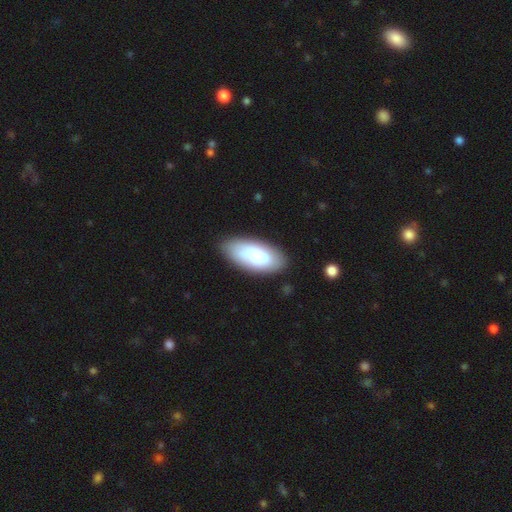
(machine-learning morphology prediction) Q: Smooth or featured?
A: smooth (75%); runner-up: featured or disk (19%)
Q: How rounded?
A: in between (89%); runner-up: cigar-shaped (9%)
Q: Merging?
A: none (79%); runner-up: minor disturbance (14%)